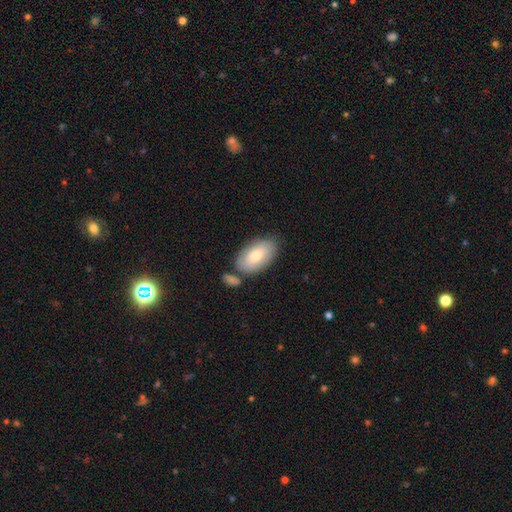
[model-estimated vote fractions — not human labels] Smooth or featured?
  - smooth: 75% *
  - featured or disk: 20%
  - star or artifact: 6%
How rounded?
  - in between: 94% *
  - round: 4%
  - cigar-shaped: 2%
Merging?
  - none: 67% *
  - minor disturbance: 16%
  - merger: 13%
  - major disturbance: 4%